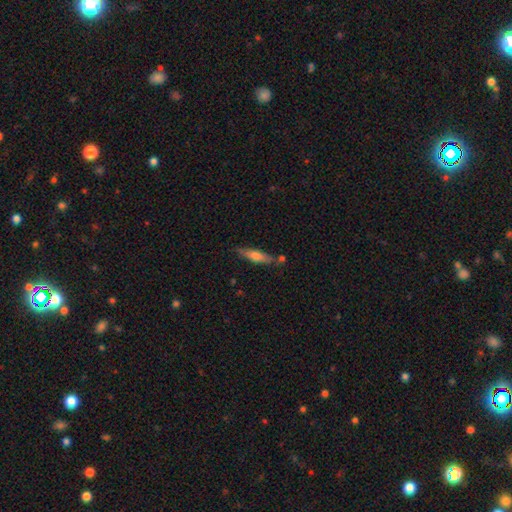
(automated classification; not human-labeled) Overall: smooth (55%; featured or disk 39%). How rounded: cigar-shaped (73%). Merging: none (73%).